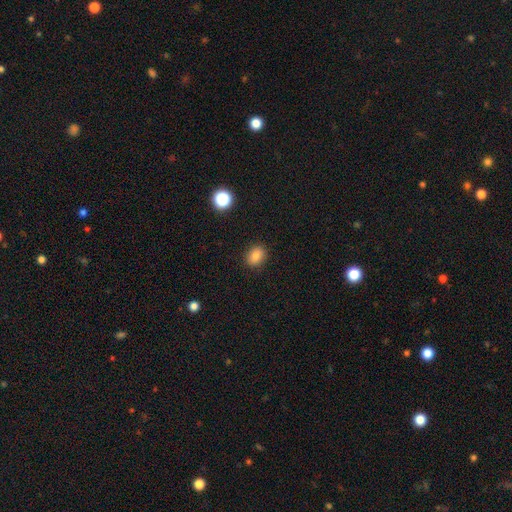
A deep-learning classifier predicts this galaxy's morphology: smooth 84%, star or artifact 11%, featured or disk 5%. Down the decision tree: how rounded — in between (65%); merging — none (89%).